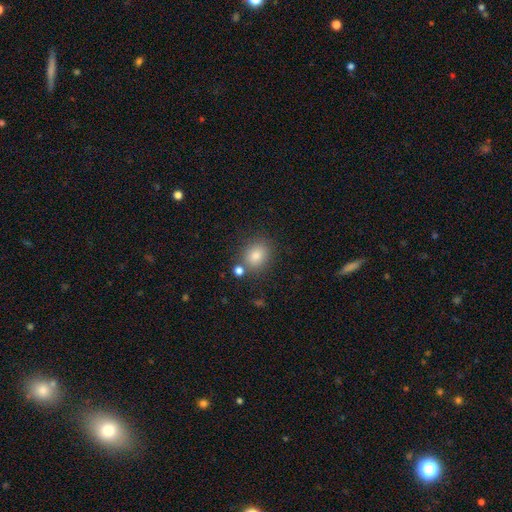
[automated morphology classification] A smooth galaxy with no disk features (82%) that is round (59%). Merging: none (78%).